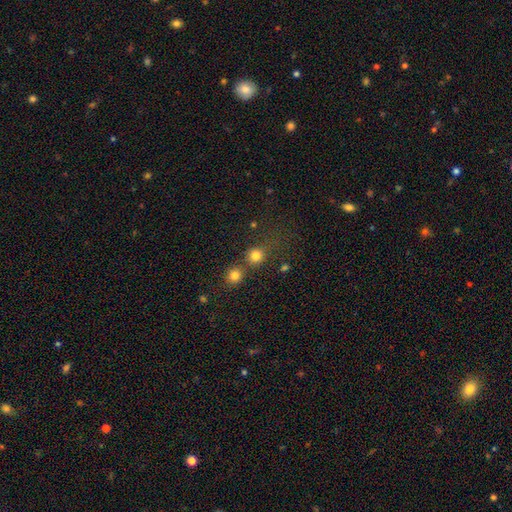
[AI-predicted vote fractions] Smooth or featured? Predicted: smooth (p=0.79). How rounded? Predicted: round (p=0.88). Merging? Predicted: none (p=0.58).